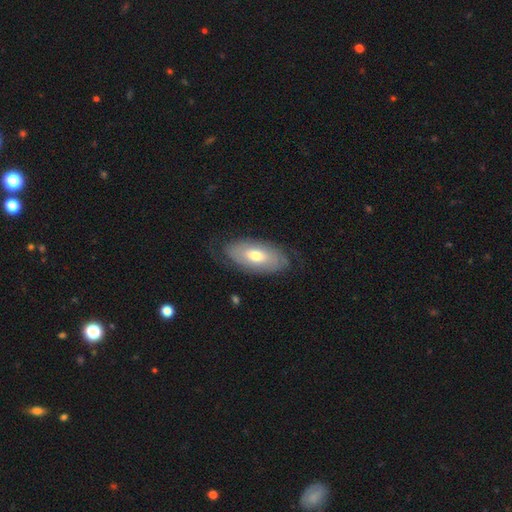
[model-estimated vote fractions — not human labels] A featured or disk galaxy (51%).

Vote fractions:
- Smooth or featured? featured or disk: 51% / smooth: 43% / star or artifact: 6%
- Edge-on disk? no: 86% / yes: 14%
- Merging? none: 71% / minor disturbance: 20% / major disturbance: 8% / merger: 1%